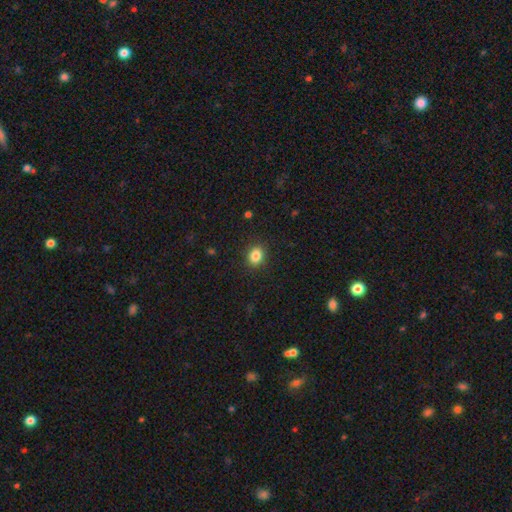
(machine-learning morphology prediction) This appears to be a smooth galaxy with no disk features (85%) that is round (52%). Merging: none (89%).